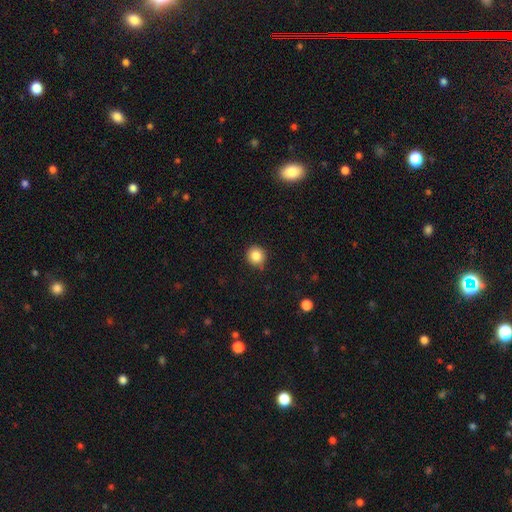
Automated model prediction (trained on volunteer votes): smooth-or-featured: smooth: 84% | star or artifact: 10% | featured or disk: 6%
  how-rounded: round: 92% | in between: 7% | cigar-shaped: 1%
  merging: none: 88% | minor disturbance: 9% | major disturbance: 2% | merger: 1%